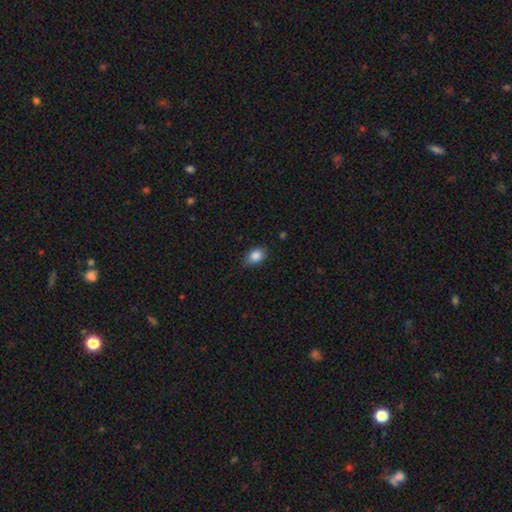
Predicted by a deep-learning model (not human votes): Morphology: type=smooth (86%); roundness=in between (72%); merging=none (70%).